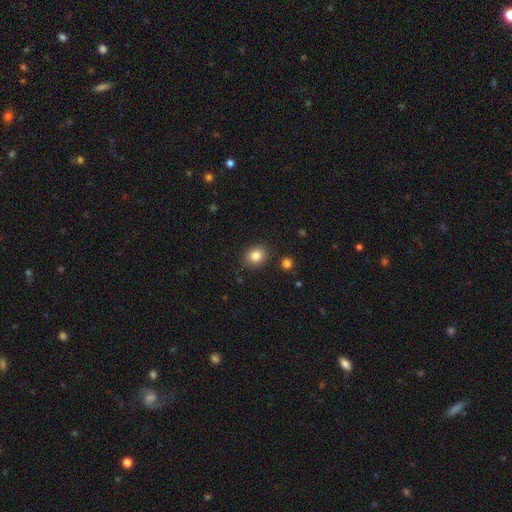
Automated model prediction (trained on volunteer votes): This appears to be a smooth galaxy with no disk features (84%) that is round (57%). Merging: none (87%).